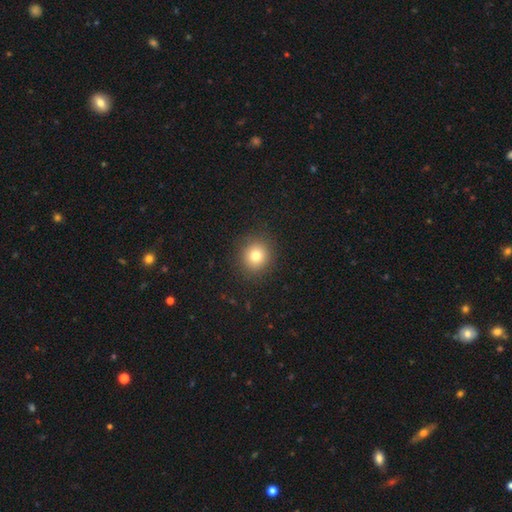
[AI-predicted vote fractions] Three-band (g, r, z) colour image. It shows a smooth galaxy with no disk features (80%) that is round (88%). Merging: none (90%).